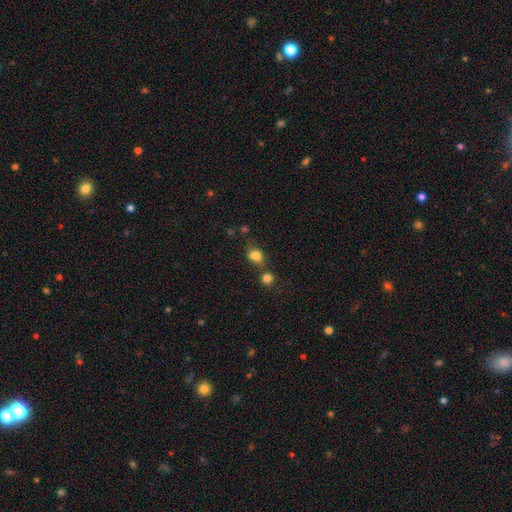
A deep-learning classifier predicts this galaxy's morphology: smooth-or-featured: smooth: 78% | star or artifact: 14% | featured or disk: 8%
  how-rounded: round: 51% | in between: 48% | cigar-shaped: 1%
  merging: none: 48% | merger: 30% | minor disturbance: 16% | major disturbance: 6%